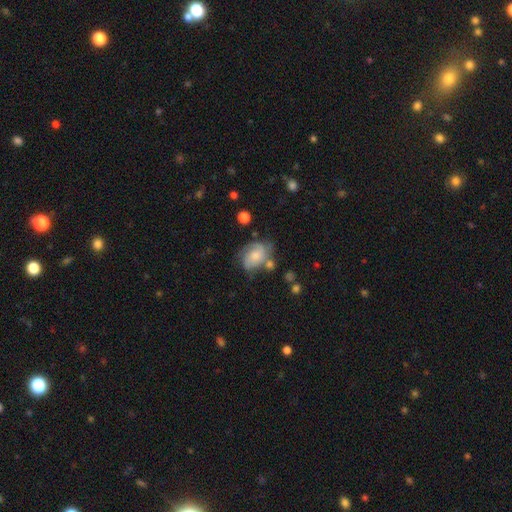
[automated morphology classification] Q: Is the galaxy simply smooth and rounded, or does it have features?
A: featured or disk — 53%.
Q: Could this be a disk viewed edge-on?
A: no — 97%.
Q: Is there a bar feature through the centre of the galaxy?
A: no — 72%.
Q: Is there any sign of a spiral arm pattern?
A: yes — 84%.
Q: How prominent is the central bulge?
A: moderate — 41%.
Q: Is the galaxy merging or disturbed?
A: none — 49%.